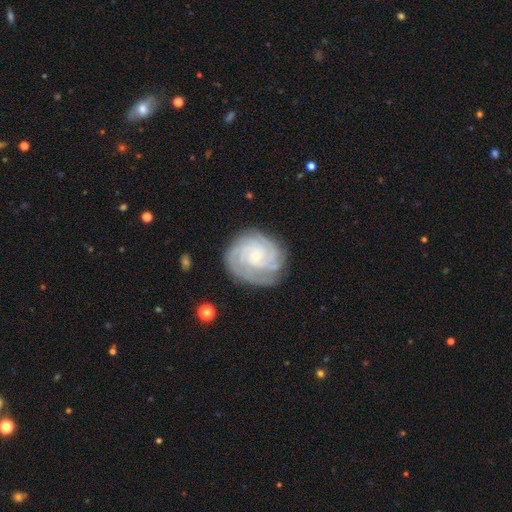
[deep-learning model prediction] Overall: featured or disk (86%). Edge-on disk: no (98%). Bar: no (75%). Spiral arms: yes (97%). Spiral arm count: 3 (27%; 4 23%). Spiral winding: tight (78%). Bulge size: small (80%). Merging: none (78%).